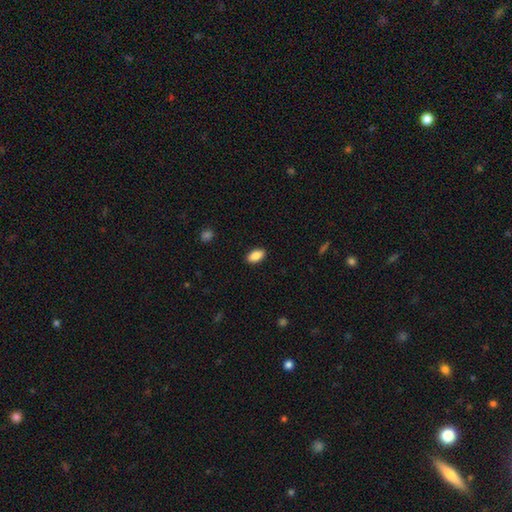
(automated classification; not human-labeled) Q: Smooth or featured?
A: smooth (86%); runner-up: star or artifact (7%)
Q: How rounded?
A: in between (91%); runner-up: cigar-shaped (5%)
Q: Merging?
A: none (89%); runner-up: minor disturbance (8%)